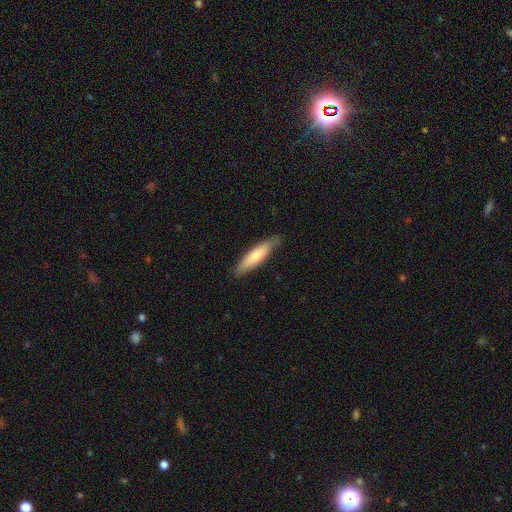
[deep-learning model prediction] Smooth or featured? Predicted: smooth (p=0.71). How rounded? Predicted: cigar-shaped (p=0.77). Merging? Predicted: none (p=0.84).